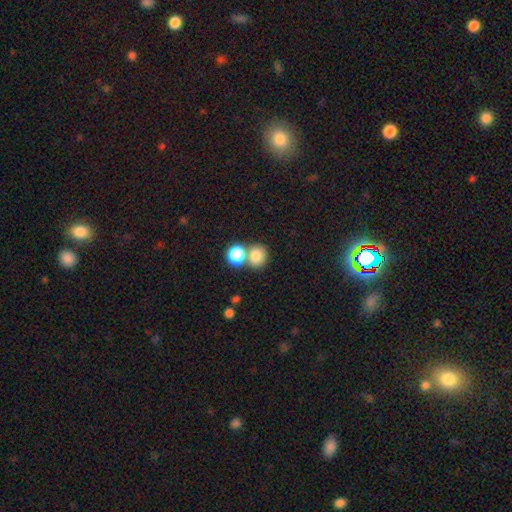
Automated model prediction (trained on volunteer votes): Smooth or featured: smooth — 80% (star or artifact — 11%)
How rounded: round — 71% (in between — 28%)
Merging: none — 45% (merger — 44%)